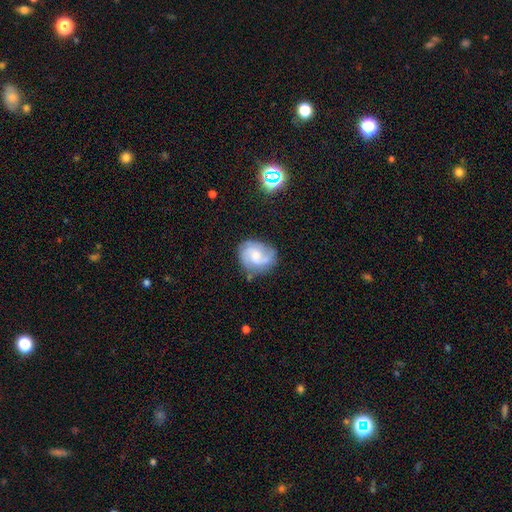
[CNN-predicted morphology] Smooth or featured: featured or disk — 71% (smooth — 22%)
Edge-on disk: no — 98% (yes — 2%)
Bar: no — 57% (weak — 37%)
Spiral arms: yes — 94% (no — 6%)
Spiral winding: medium — 48% (tight — 32%)
Spiral arm count: 2 — 50% (3 — 24%)
Bulge size: moderate — 46% (small — 40%)
Merging: none — 69% (minor disturbance — 21%)